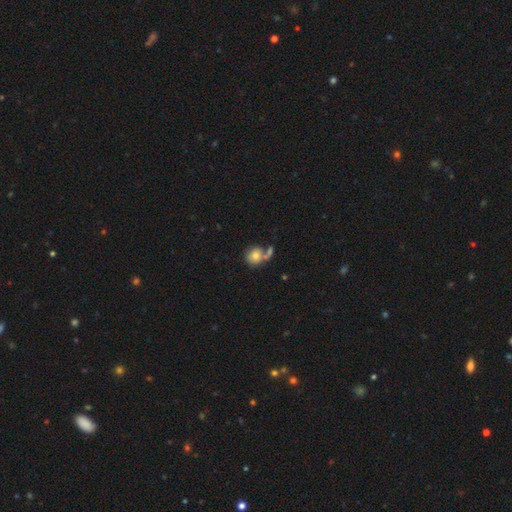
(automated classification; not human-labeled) Q: Smooth or featured?
A: smooth (70%); runner-up: featured or disk (22%)
Q: How rounded?
A: round (75%); runner-up: in between (23%)
Q: Merging?
A: merger (40%); runner-up: none (36%)